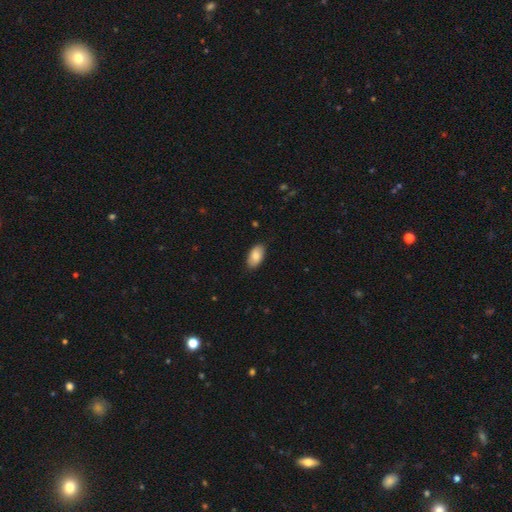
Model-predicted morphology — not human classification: This is clearly a smooth galaxy (84%). How rounded: clearly in between (95%). Merging: clearly none (86%).